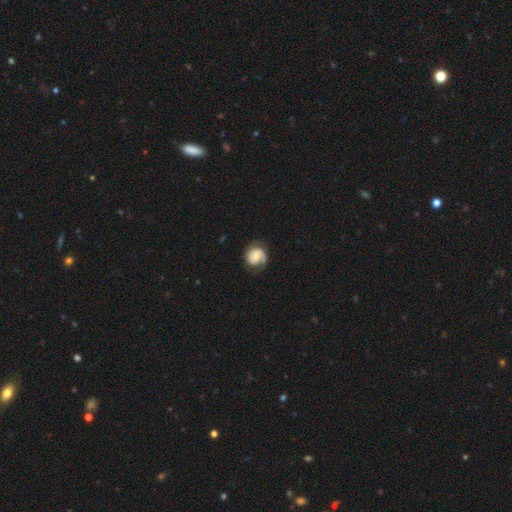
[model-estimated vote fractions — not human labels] Smooth or featured?
  - featured or disk: 63% *
  - smooth: 30%
  - star or artifact: 7%
Edge-on disk?
  - no: 98% *
  - yes: 2%
Bar?
  - no: 57% *
  - weak: 34%
  - strong: 9%
Spiral arms?
  - yes: 91% *
  - no: 9%
Spiral winding?
  - medium: 40% *
  - tight: 38%
  - loose: 22%
Spiral arm count?
  - 2: 54% *
  - 1: 35%
  - can't tell: 8%
  - 3: 2%
  - 4: 1%
  - more than 4: 1%
Bulge size?
  - small: 43% *
  - moderate: 30%
  - none: 15%
  - large: 9%
  - dominant: 2%
Merging?
  - none: 61% *
  - minor disturbance: 23%
  - major disturbance: 14%
  - merger: 2%